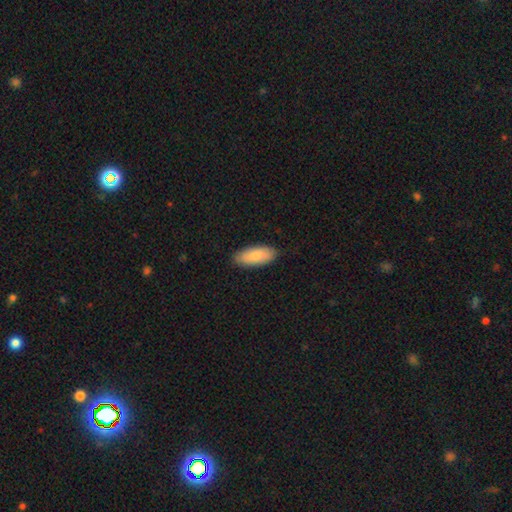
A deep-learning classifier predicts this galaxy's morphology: Smooth or featured? smooth (86%)
How rounded? in between (83%)
Merging? none (88%)